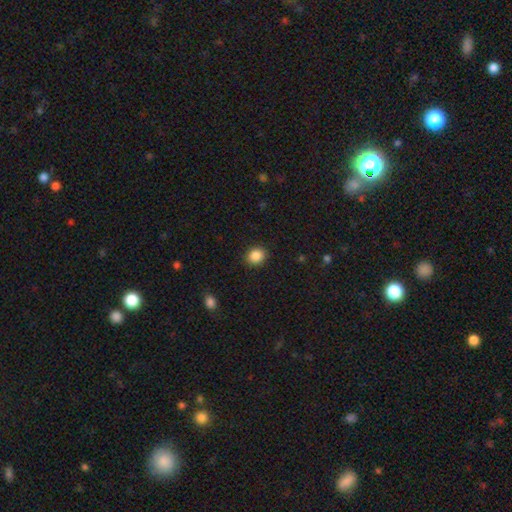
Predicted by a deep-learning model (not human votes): This appears to be a smooth galaxy with no disk features (87%) that is round (66%). Merging: none (90%).